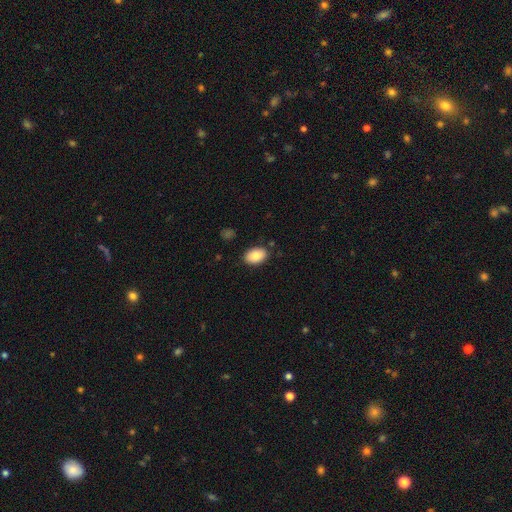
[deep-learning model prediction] This appears to be a smooth galaxy with no disk features (86%) that is in between round and cigar-shaped (88%). Merging: none (86%).